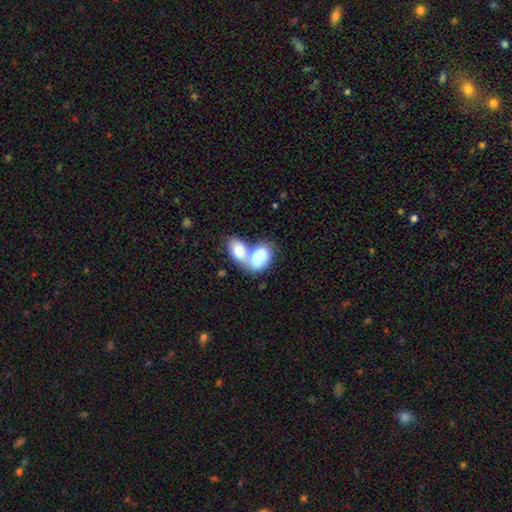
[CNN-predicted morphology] The model was most divided on "smooth or featured": smooth: 72%, featured or disk: 22%, star or artifact: 6%. More confident: how rounded — in between (86%); merging — merger (79%).